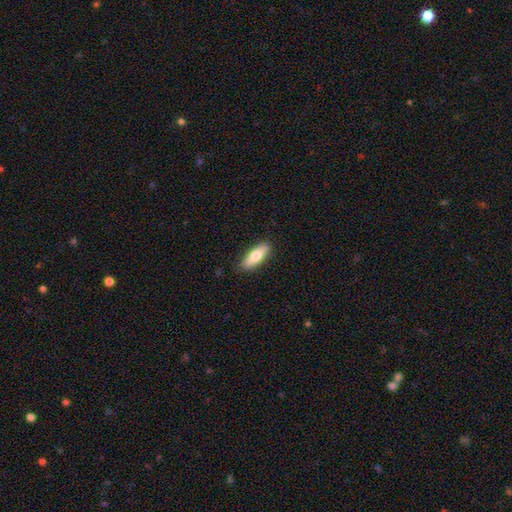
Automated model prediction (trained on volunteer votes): Q: Smooth or featured?
A: smooth (75%); runner-up: featured or disk (20%)
Q: How rounded?
A: in between (58%); runner-up: cigar-shaped (40%)
Q: Merging?
A: none (86%); runner-up: minor disturbance (11%)